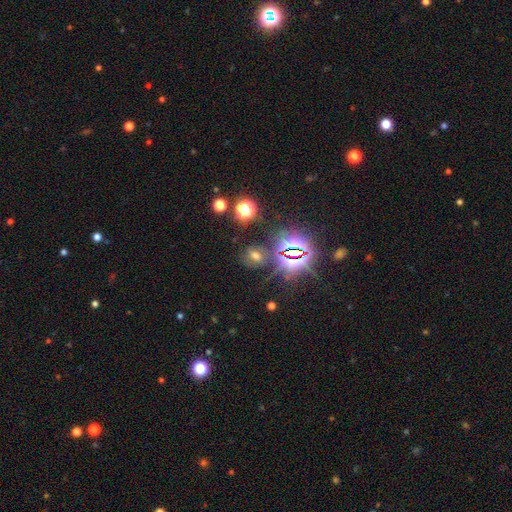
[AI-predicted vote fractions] Q: Smooth or featured?
A: star or artifact (47%); runner-up: smooth (39%)